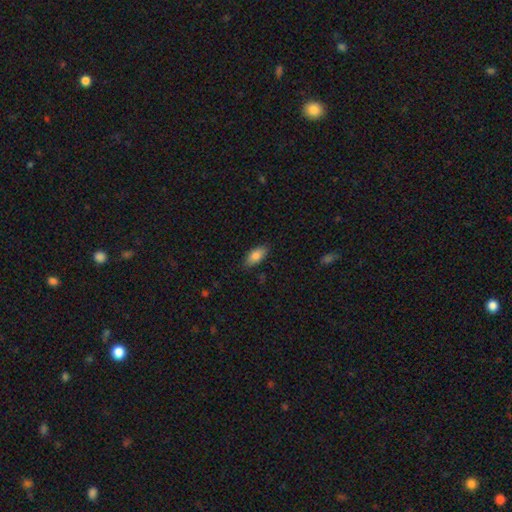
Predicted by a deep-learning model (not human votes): smooth-or-featured: smooth: 83% | featured or disk: 10% | star or artifact: 7%
  how-rounded: in between: 90% | cigar-shaped: 7% | round: 3%
  merging: none: 85% | minor disturbance: 12% | major disturbance: 2% | merger: 1%